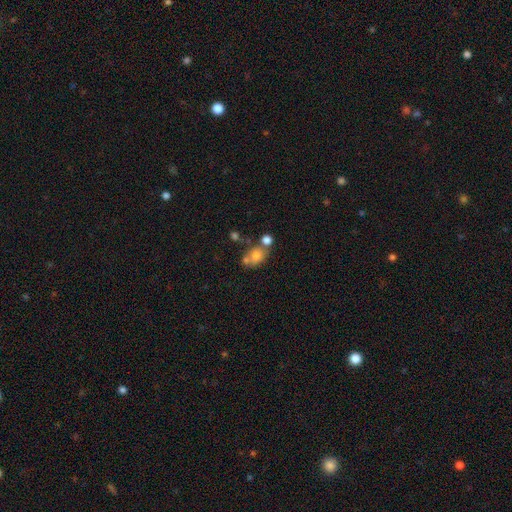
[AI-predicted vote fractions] The model was most divided on "merging": none: 42%, merger: 36%, minor disturbance: 15%, major disturbance: 8%. More confident: smooth or featured — smooth (75%); how rounded — in between (55%).